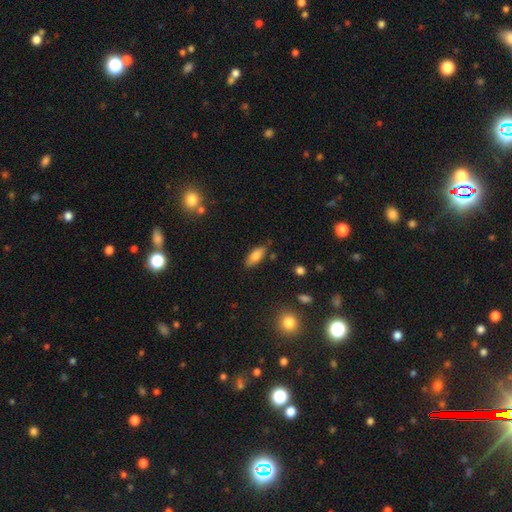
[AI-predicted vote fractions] Overall: smooth (79%). How rounded: in between (78%). Merging: none (81%).